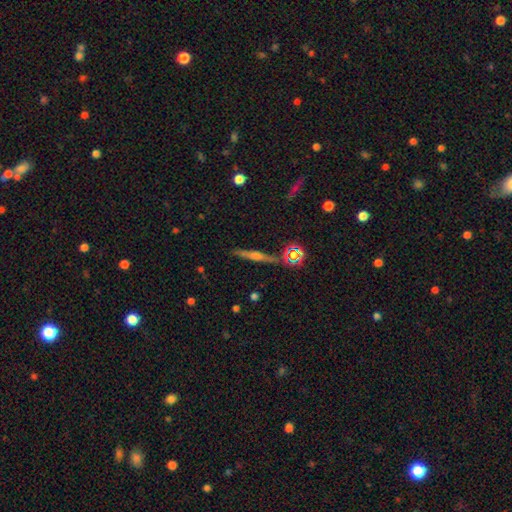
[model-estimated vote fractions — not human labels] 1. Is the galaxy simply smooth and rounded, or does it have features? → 59% featured or disk, 26% smooth, 15% star or artifact.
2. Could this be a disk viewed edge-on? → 96% yes, 4% no.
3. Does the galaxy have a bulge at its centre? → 72% rounded, 16% none, 12% boxy.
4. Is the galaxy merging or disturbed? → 86% none, 8% minor disturbance, 3% merger, 2% major disturbance.